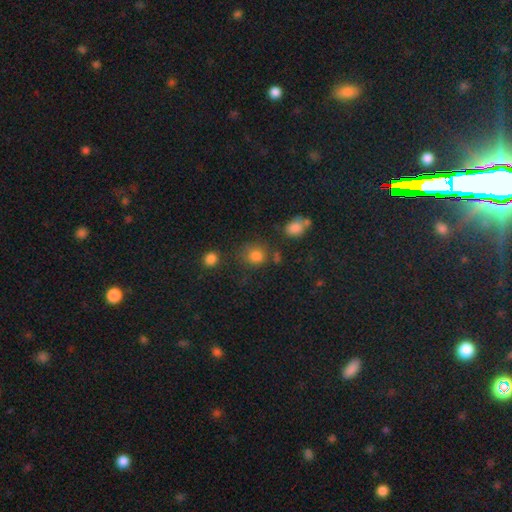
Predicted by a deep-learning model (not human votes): This appears to be a smooth galaxy with no disk features (80%) that is round (75%). Merging: none (66%).